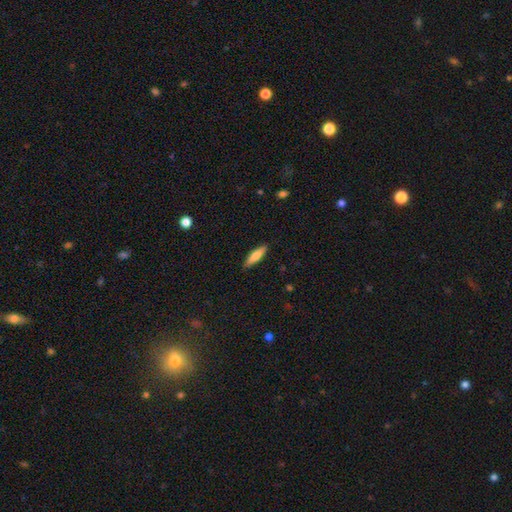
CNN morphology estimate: This is likely a smooth galaxy (75%). How rounded: likely cigar-shaped (75%). Merging: clearly none (88%).